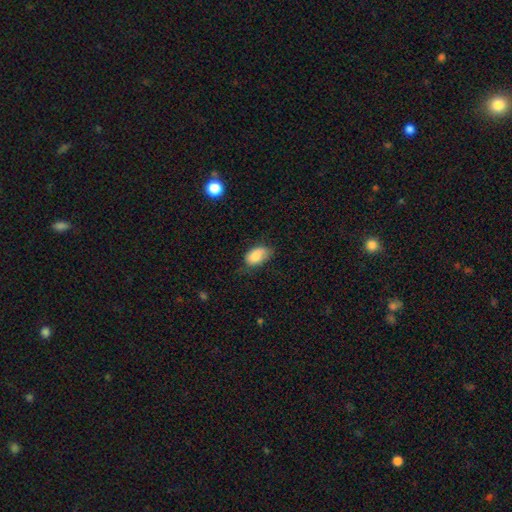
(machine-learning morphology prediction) A smooth galaxy with no disk features (85%) that is in between round and cigar-shaped (91%). Merging: none (59%).